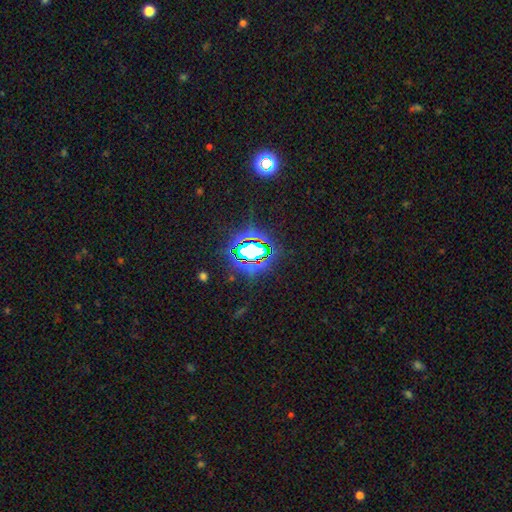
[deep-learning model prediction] This is likely a star or artifact rather than a galaxy (75%).